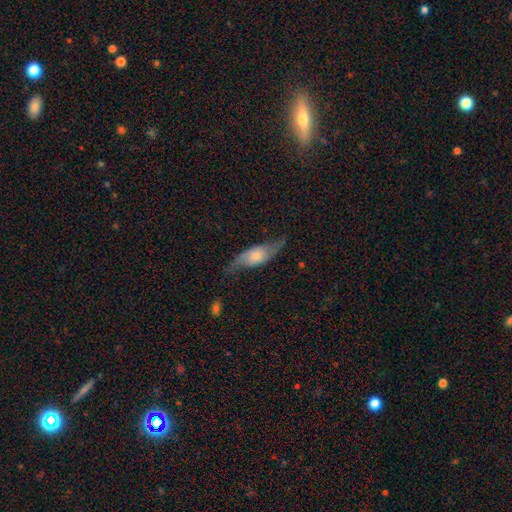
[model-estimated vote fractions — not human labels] Smooth or featured?
  - featured or disk: 61% *
  - smooth: 32%
  - star or artifact: 7%
Edge-on disk?
  - no: 75% *
  - yes: 25%
Merging?
  - none: 63% *
  - minor disturbance: 24%
  - major disturbance: 11%
  - merger: 2%